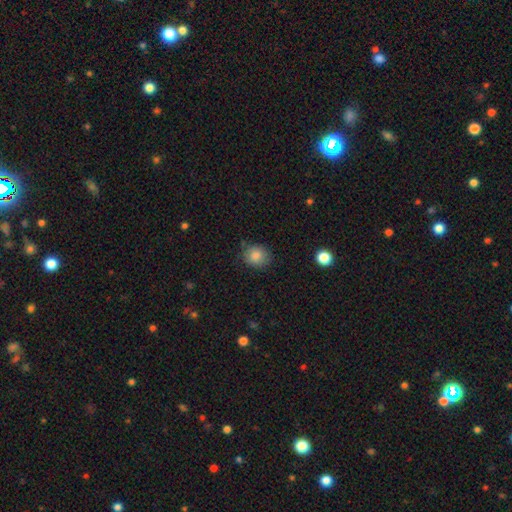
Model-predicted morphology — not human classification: smooth_or_featured: smooth (p=0.85) [alt: star or artifact p=0.09]
how_rounded: round (p=0.74) [alt: in between p=0.25]
merging: none (p=0.76) [alt: minor disturbance p=0.18]